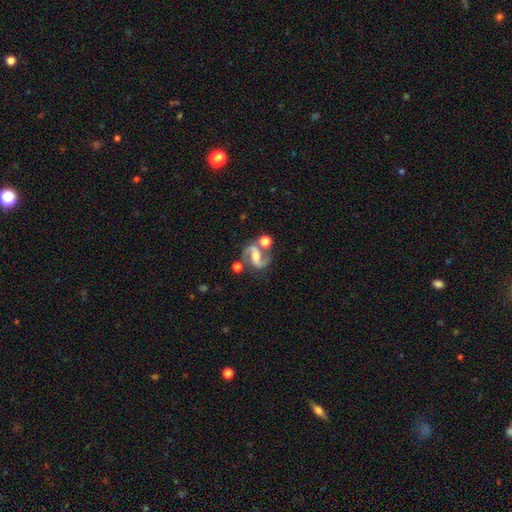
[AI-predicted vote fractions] This appears to be a featured or disk galaxy (90%) with a strong bar (46%), 2 (94%) medium (58%) spiral arms (98%) and a moderate central bulge (50%). Merging: none (68%).